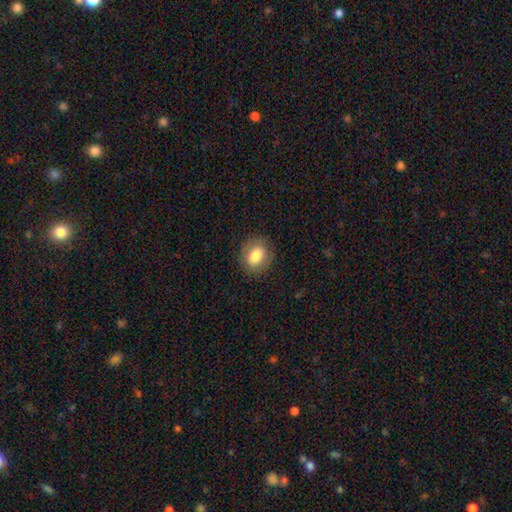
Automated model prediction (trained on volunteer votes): smooth_or_featured: smooth (p=0.81) [alt: featured or disk p=0.11]
how_rounded: round (p=0.51) [alt: in between p=0.47]
merging: none (p=0.86) [alt: minor disturbance p=0.10]